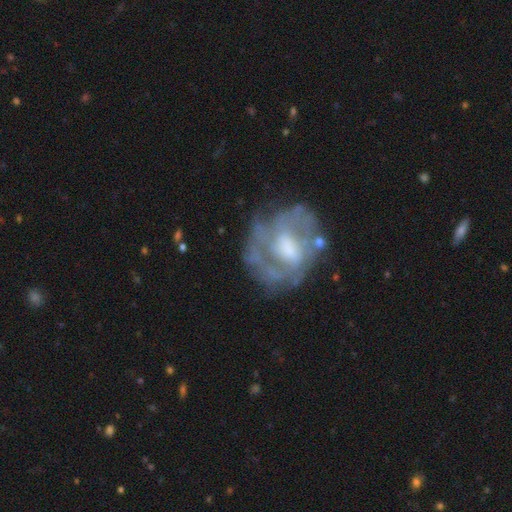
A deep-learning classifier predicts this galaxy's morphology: Smooth or featured?
  - featured or disk: 75% *
  - smooth: 16%
  - star or artifact: 9%
Edge-on disk?
  - no: 97% *
  - yes: 3%
Bar?
  - no: 49% *
  - weak: 38%
  - strong: 12%
Spiral arms?
  - yes: 66% *
  - no: 34%
Bulge size?
  - moderate: 49% *
  - small: 20%
  - large: 18%
  - none: 11%
  - dominant: 2%
Merging?
  - none: 63% *
  - minor disturbance: 19%
  - major disturbance: 15%
  - merger: 4%